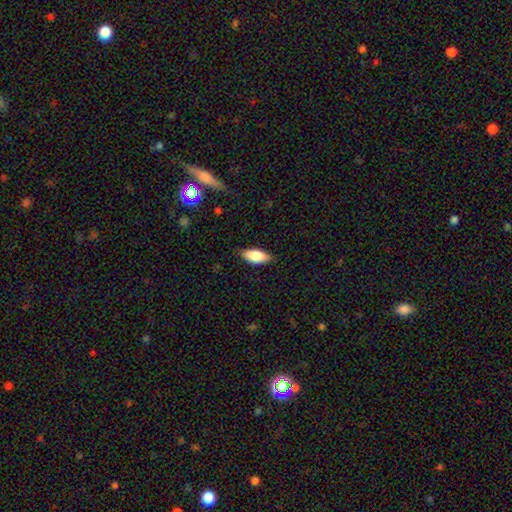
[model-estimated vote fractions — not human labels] Smooth or featured? Predicted: smooth (p=0.84). How rounded? Predicted: in between (p=0.86). Merging? Predicted: none (p=0.86).